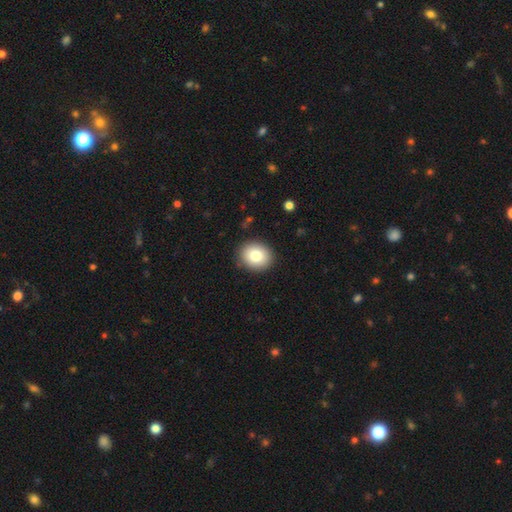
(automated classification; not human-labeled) A smooth galaxy with no disk features (80%) that is round (71%). Merging: none (89%).